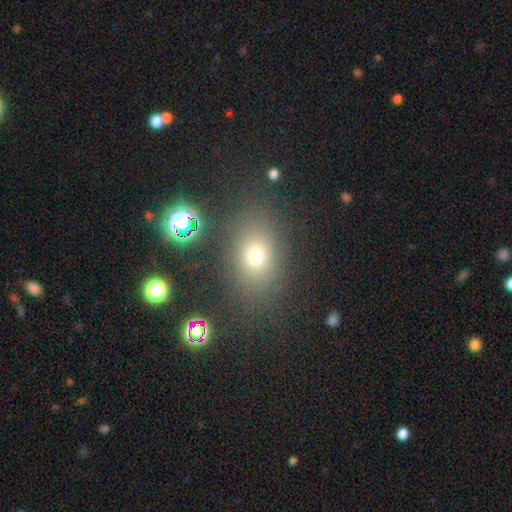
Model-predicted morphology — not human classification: smooth 67%, star or artifact 21%, featured or disk 12%. Down the decision tree: how rounded — in between (62%); merging — none (82%).